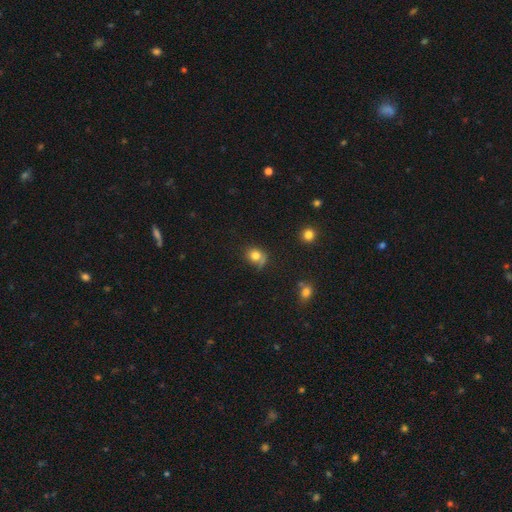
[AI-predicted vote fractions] A smooth galaxy with no disk features (78%) that is round (70%).

Vote fractions:
- Smooth or featured? smooth: 78% / star or artifact: 11% / featured or disk: 10%
- How rounded? round: 70% / in between: 29% / cigar-shaped: 1%
- Merging? none: 54% / minor disturbance: 28% / major disturbance: 12% / merger: 6%